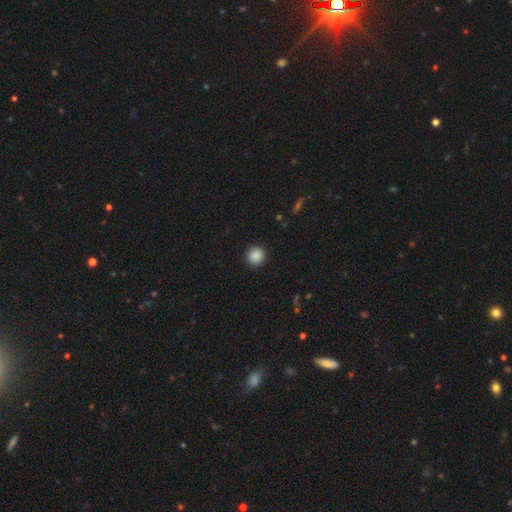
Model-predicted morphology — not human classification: Smooth or featured: smooth — 88% (star or artifact — 9%)
How rounded: round — 94% (in between — 5%)
Merging: none — 93% (minor disturbance — 5%)